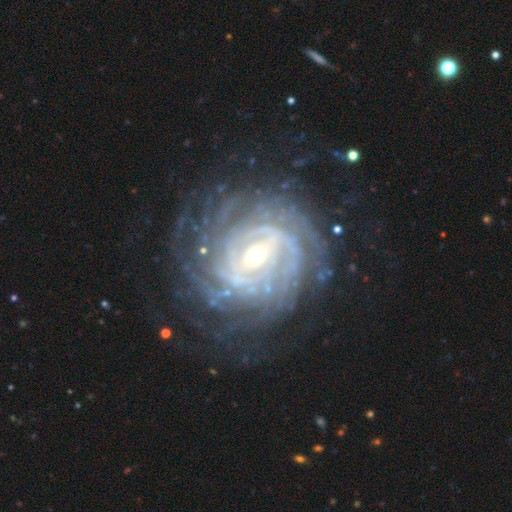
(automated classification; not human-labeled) Overall: featured or disk (90%). Edge-on disk: no (97%). Bar: weak (44%; strong 32%). Spiral arms: yes (97%). Spiral arm count: can't tell (30%; more than 4 24%). Spiral winding: tight (80%). Bulge size: small (61%; moderate 35%). Merging: none (76%).